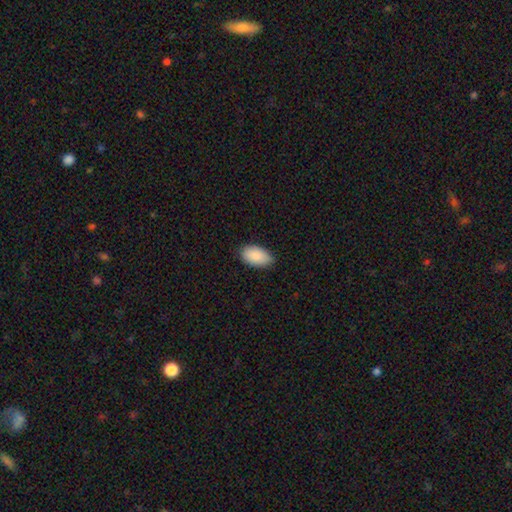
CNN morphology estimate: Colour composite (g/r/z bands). It shows a smooth galaxy with no disk features (89%) that is in between round and cigar-shaped (95%). Merging: none (83%).